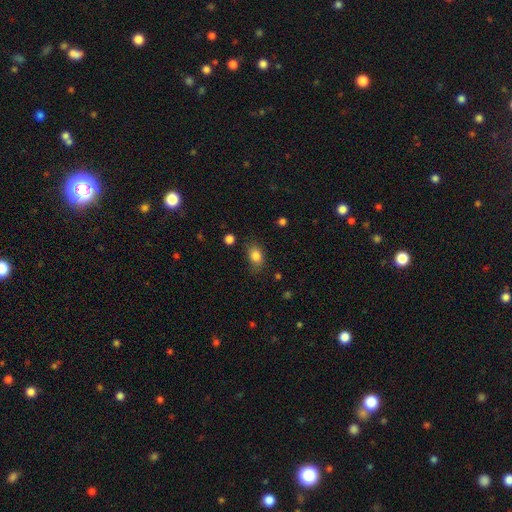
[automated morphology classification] smooth 84%, star or artifact 9%, featured or disk 7%. Down the decision tree: how rounded — in between (78%); merging — none (74%).